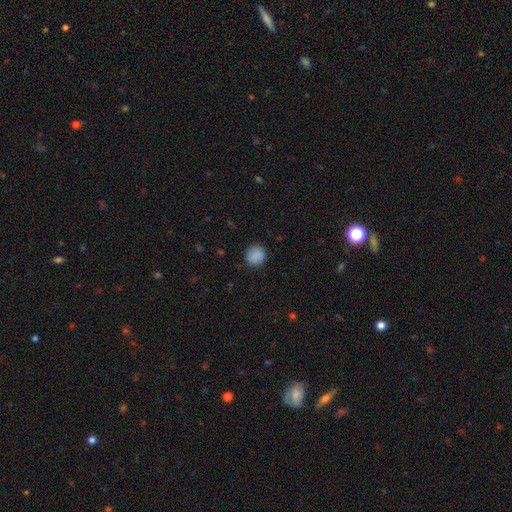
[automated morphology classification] smooth 88%, star or artifact 9%, featured or disk 3%. Down the decision tree: how rounded — round (91%); merging — none (89%).